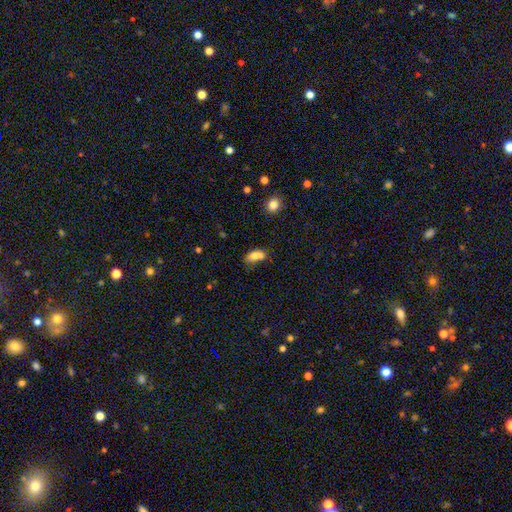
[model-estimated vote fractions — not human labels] Smooth or featured?
  - smooth: 74% *
  - featured or disk: 15%
  - star or artifact: 11%
How rounded?
  - in between: 78% *
  - round: 17%
  - cigar-shaped: 5%
Merging?
  - merger: 47% *
  - none: 28%
  - minor disturbance: 16%
  - major disturbance: 8%